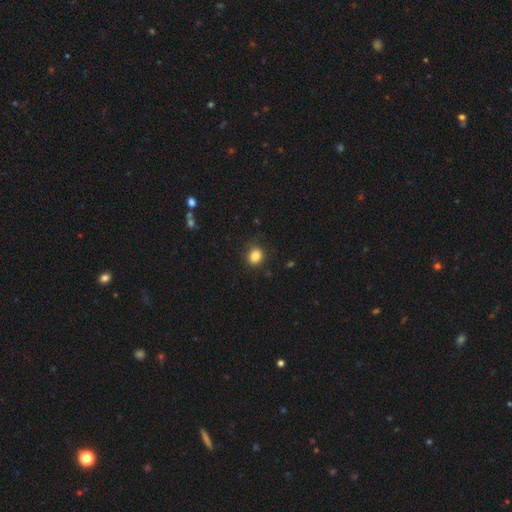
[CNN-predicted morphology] Overall: smooth (85%). How rounded: round (74%). Merging: none (84%).